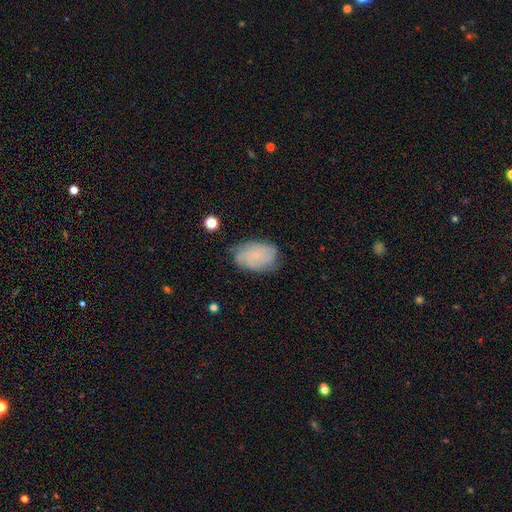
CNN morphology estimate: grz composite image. It shows a featured or disk galaxy (48%). Merging: none (70%).